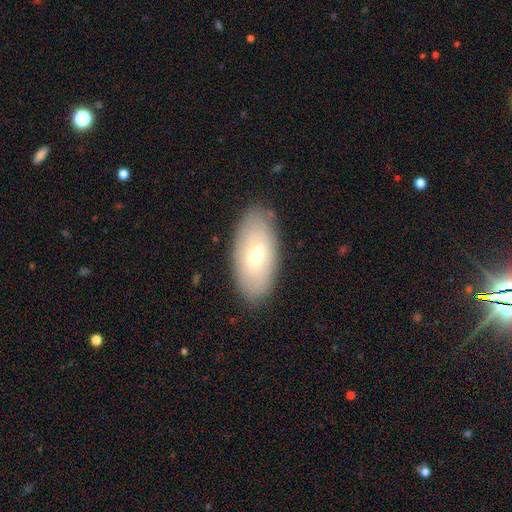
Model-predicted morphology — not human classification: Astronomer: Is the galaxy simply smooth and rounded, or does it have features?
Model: smooth — 50% (runner-up: featured or disk, 43%).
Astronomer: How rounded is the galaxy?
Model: in between — 92%.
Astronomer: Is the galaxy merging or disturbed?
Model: none — 84%.